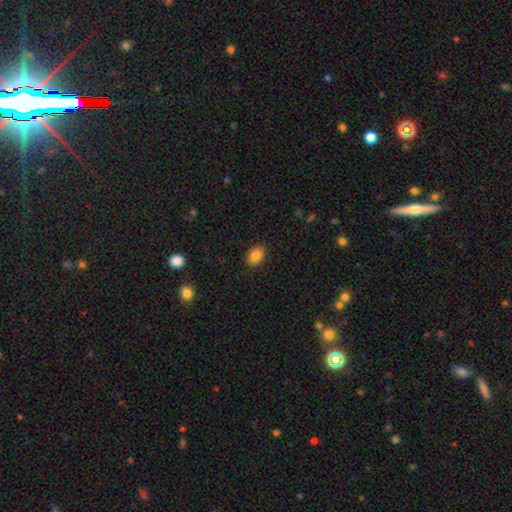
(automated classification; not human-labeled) A smooth galaxy with no disk features (85%) that is in between round and cigar-shaped (70%).

Vote fractions:
- Smooth or featured? smooth: 85% / star or artifact: 9% / featured or disk: 6%
- How rounded? in between: 70% / round: 29% / cigar-shaped: 1%
- Merging? none: 87% / minor disturbance: 10% / major disturbance: 2% / merger: 1%